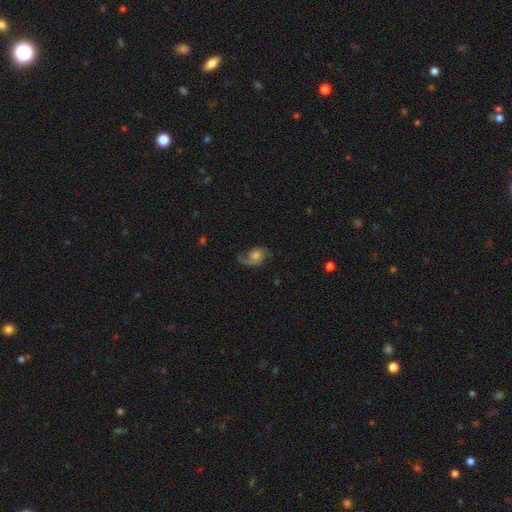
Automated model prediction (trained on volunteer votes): A featured or disk galaxy (69%) with no bar (72%), 2 (74%) loose (53%) spiral arms (94%) and a moderate central bulge (44%).

Vote fractions:
- Smooth or featured? featured or disk: 69% / smooth: 21% / star or artifact: 9%
- Edge-on disk? no: 97% / yes: 3%
- Bar? no: 72% / weak: 24% / strong: 4%
- Spiral arms? yes: 94% / no: 6%
- Spiral winding? loose: 53% / medium: 36% / tight: 11%
- Spiral arm count? 2: 74% / 1: 19% / can't tell: 4% / 3: 1% / 4: 1% / more than 4: 1%
- Bulge size? moderate: 44% / small: 30% / large: 15% / none: 8% / dominant: 3%
- Merging? none: 61% / minor disturbance: 21% / major disturbance: 17% / merger: 2%